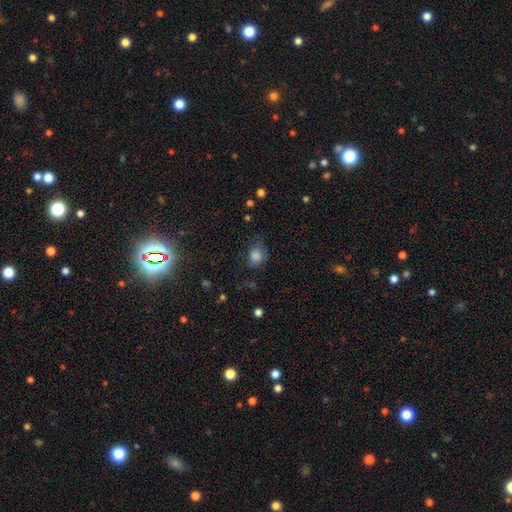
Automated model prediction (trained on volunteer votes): Smooth or featured?
  - smooth: 78% *
  - star or artifact: 13%
  - featured or disk: 9%
How rounded?
  - in between: 53% *
  - round: 46%
  - cigar-shaped: 1%
Merging?
  - none: 57% *
  - minor disturbance: 28%
  - major disturbance: 13%
  - merger: 2%